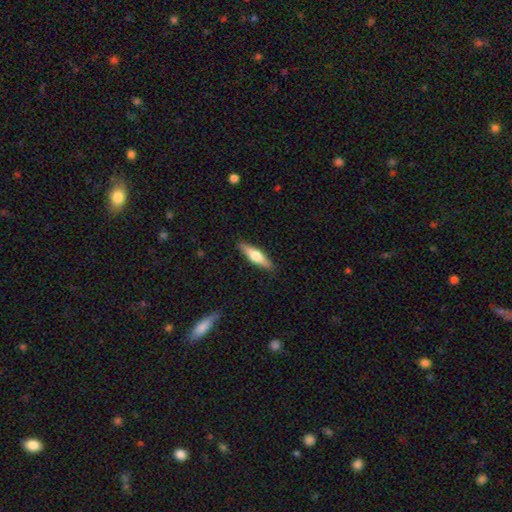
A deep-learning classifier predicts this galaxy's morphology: Overall: smooth (50%; featured or disk 45%). Merging: none (89%).